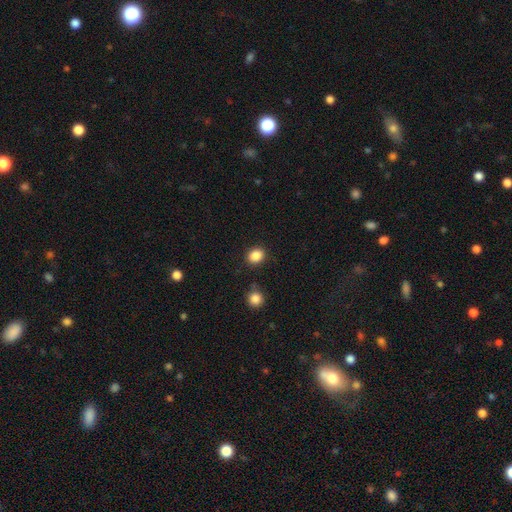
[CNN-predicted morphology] smooth 86%, star or artifact 10%, featured or disk 3%. Down the decision tree: how rounded — round (63%); merging — none (86%).